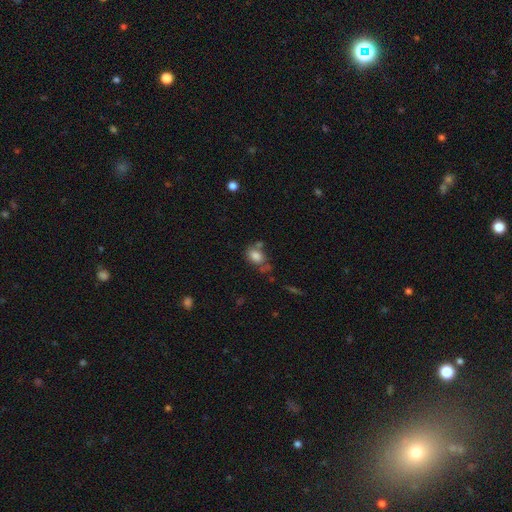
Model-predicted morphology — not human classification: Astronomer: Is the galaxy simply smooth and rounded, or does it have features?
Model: smooth — 79%.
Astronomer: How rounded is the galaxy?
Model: in between — 72%.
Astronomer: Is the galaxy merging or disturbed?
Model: none — 48%.